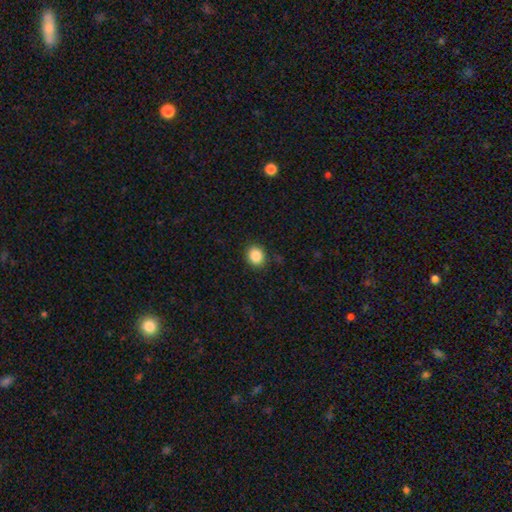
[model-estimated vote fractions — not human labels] Smooth or featured? smooth (86%)
How rounded? round (68%)
Merging? none (89%)